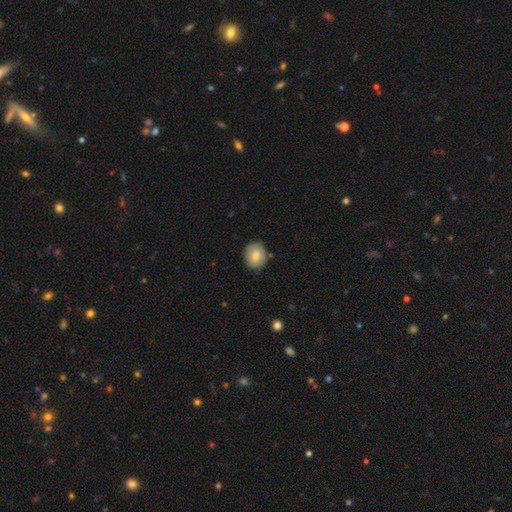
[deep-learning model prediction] Smooth or featured?
  - smooth: 82% *
  - featured or disk: 11%
  - star or artifact: 7%
How rounded?
  - round: 71% *
  - in between: 29%
  - cigar-shaped: 1%
Merging?
  - none: 83% *
  - minor disturbance: 12%
  - major disturbance: 2%
  - merger: 2%